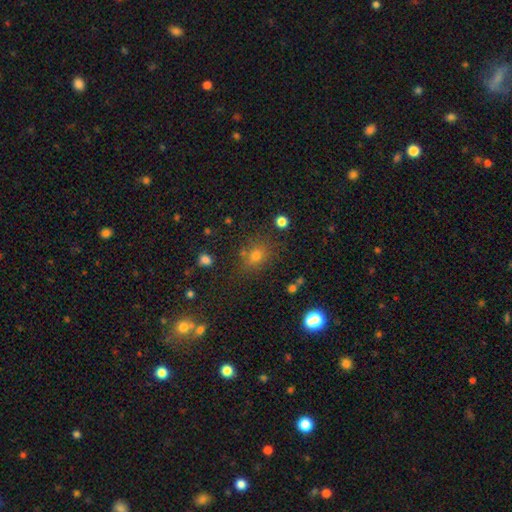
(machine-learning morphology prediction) type=smooth (68%); roundness=round (63%); merging=none (76%).